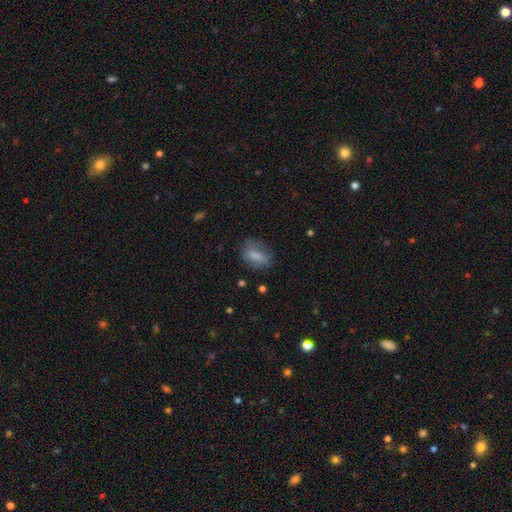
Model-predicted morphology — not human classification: A smooth galaxy with no disk features (76%) that is in between round and cigar-shaped (78%). Merging: none (70%).